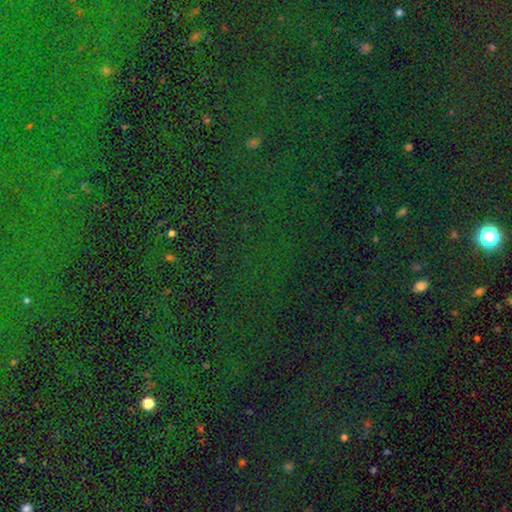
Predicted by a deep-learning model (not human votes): Smooth or featured?
  - star or artifact: 83% *
  - smooth: 10%
  - featured or disk: 7%